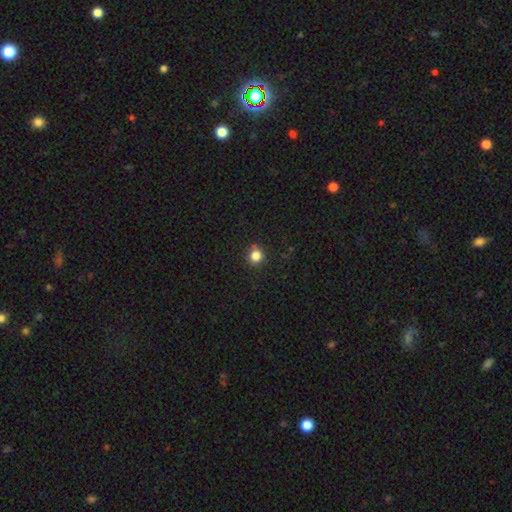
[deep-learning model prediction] smooth_or_featured: smooth (p=0.82) [alt: star or artifact p=0.13]
how_rounded: round (p=0.84) [alt: in between p=0.15]
merging: none (p=0.82) [alt: minor disturbance p=0.12]